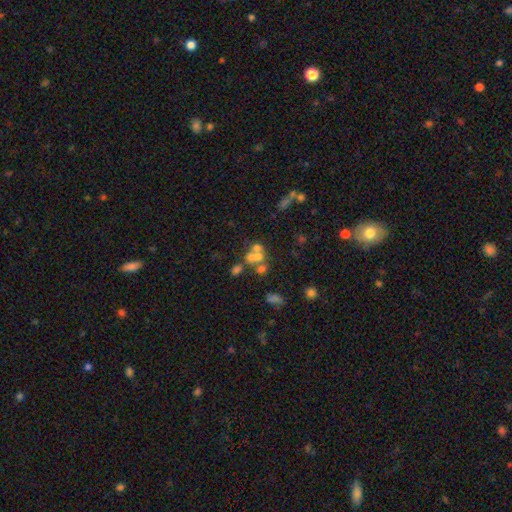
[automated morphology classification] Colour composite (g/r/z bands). It shows a smooth galaxy with no disk features (47%). Merging: merger (56%).